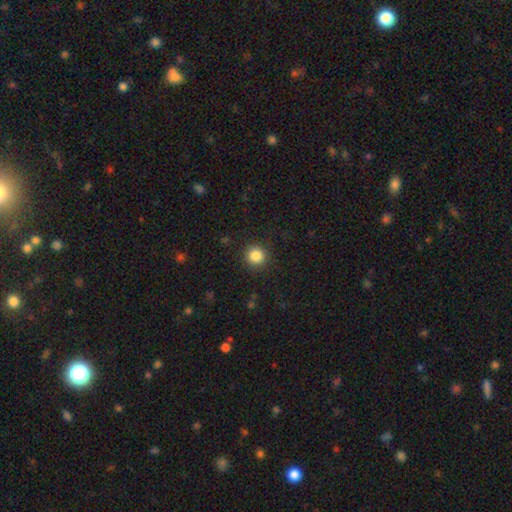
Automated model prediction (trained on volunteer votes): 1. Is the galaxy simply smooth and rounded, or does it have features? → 85% smooth, 11% star or artifact, 4% featured or disk.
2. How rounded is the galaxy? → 95% round, 4% in between, 1% cigar-shaped.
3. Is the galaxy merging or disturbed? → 91% none, 6% minor disturbance, 2% major disturbance, 1% merger.